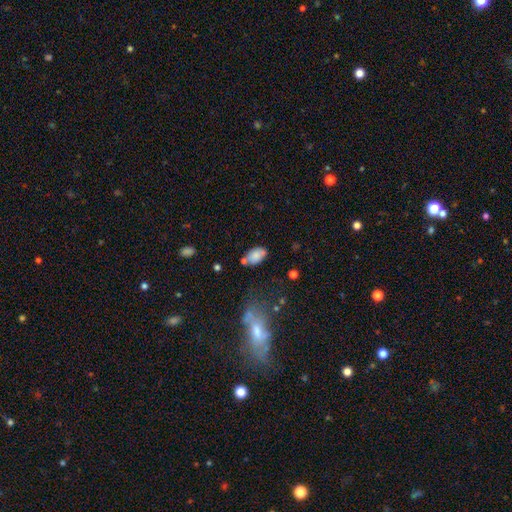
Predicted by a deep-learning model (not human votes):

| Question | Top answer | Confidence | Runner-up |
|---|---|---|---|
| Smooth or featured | smooth | 80% | featured or disk (11%) |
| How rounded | in between | 91% | round (7%) |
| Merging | none | 62% | minor disturbance (20%) |